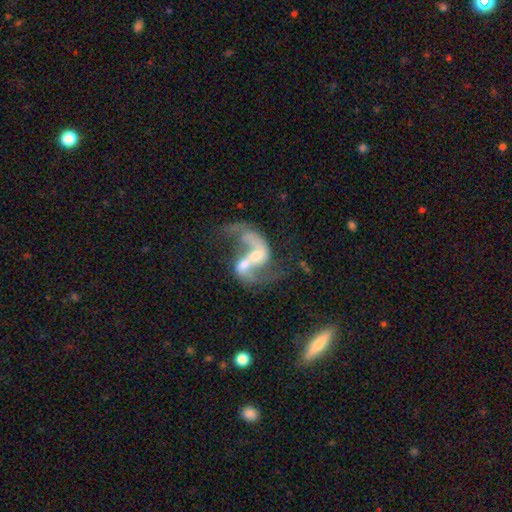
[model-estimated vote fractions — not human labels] A featured or disk galaxy (84%) with no bar (43%), 2 (84%) loose (72%) spiral arms (91%) and a moderate central bulge (41%). Merging: merger (52%).